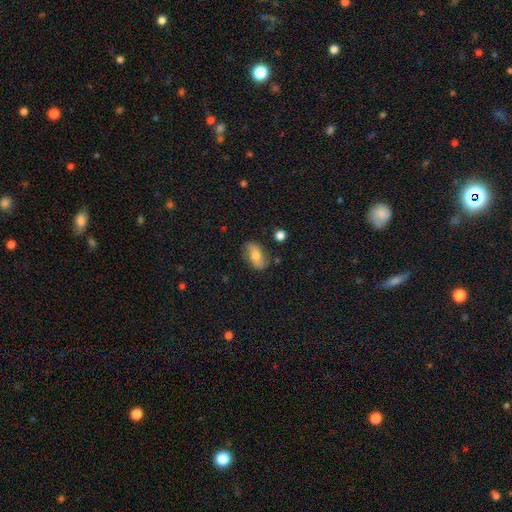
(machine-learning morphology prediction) Smooth or featured?
  - smooth: 58% *
  - featured or disk: 34%
  - star or artifact: 8%
How rounded?
  - in between: 87% *
  - round: 7%
  - cigar-shaped: 6%
Merging?
  - none: 77% *
  - minor disturbance: 16%
  - major disturbance: 4%
  - merger: 3%